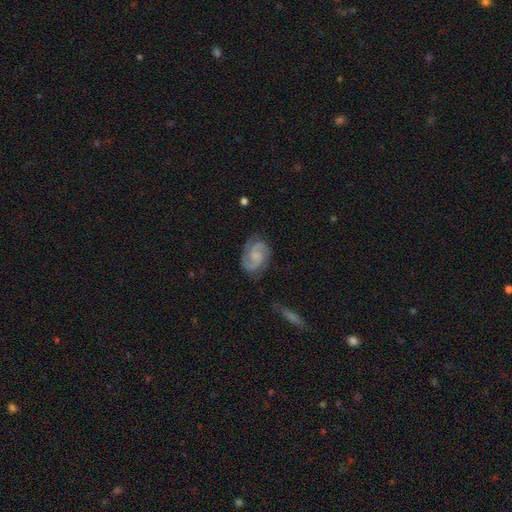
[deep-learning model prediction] This appears to be a featured or disk galaxy (86%) with no bar (53%), 2 (90%) medium (53%) spiral arms (98%) and no central bulge (45%). Merging: none (78%).